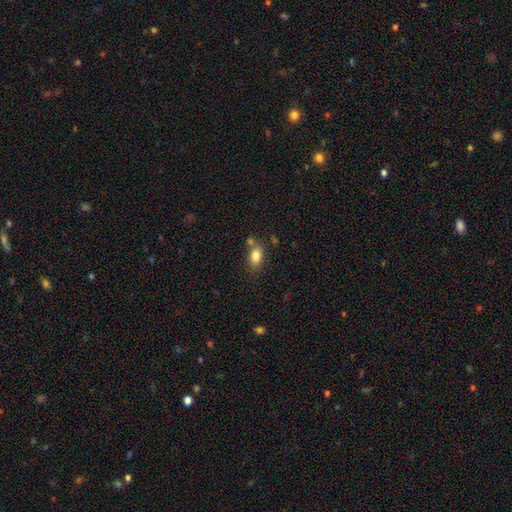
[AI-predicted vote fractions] This appears to be a smooth galaxy with no disk features (82%) that is in between round and cigar-shaped (85%). Merging: none (62%).